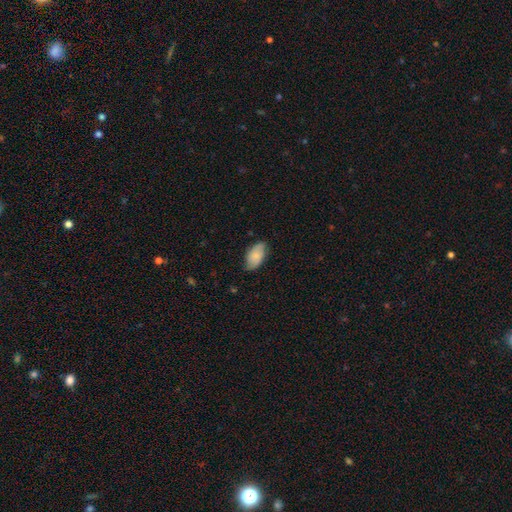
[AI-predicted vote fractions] Smooth or featured? Predicted: smooth (p=0.69). How rounded? Predicted: in between (p=0.94). Merging? Predicted: none (p=0.74).